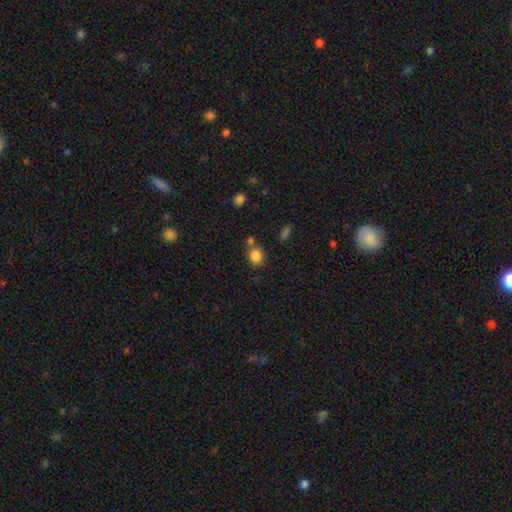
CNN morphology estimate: Smooth or featured? Predicted: smooth (p=0.84). How rounded? Predicted: round (p=0.65). Merging? Predicted: none (p=0.66).